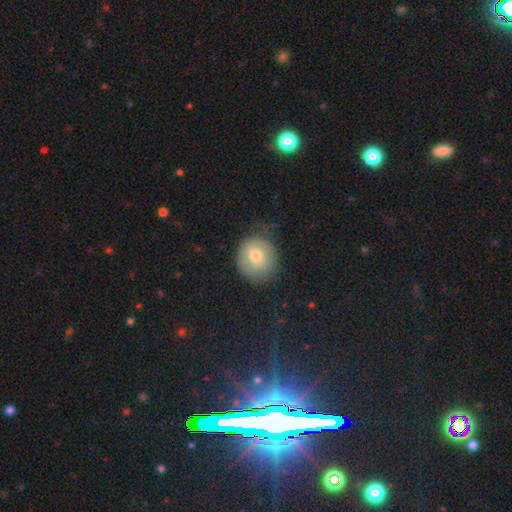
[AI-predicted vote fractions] Overall: smooth (64%; featured or disk 28%). How rounded: round (80%). Merging: none (67%).